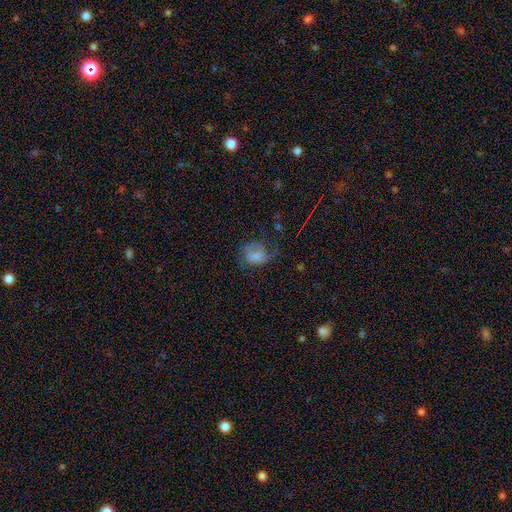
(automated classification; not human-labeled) Smooth or featured?
  - smooth: 59% *
  - featured or disk: 29%
  - star or artifact: 12%
How rounded?
  - round: 50% *
  - in between: 49%
  - cigar-shaped: 1%
Merging?
  - none: 36% *
  - major disturbance: 33%
  - minor disturbance: 27%
  - merger: 3%